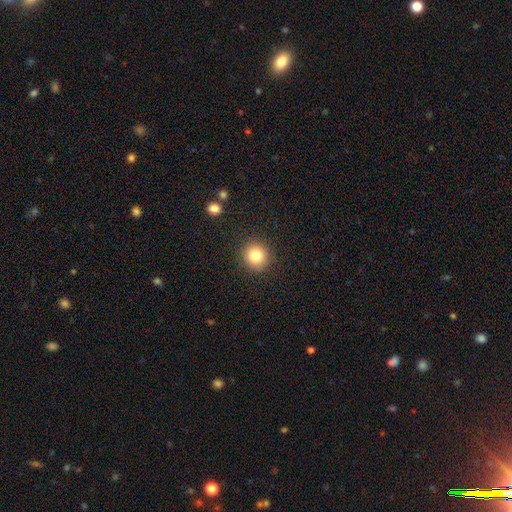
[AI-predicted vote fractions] This appears to be a smooth galaxy with no disk features (82%) that is round (91%). Merging: none (90%).